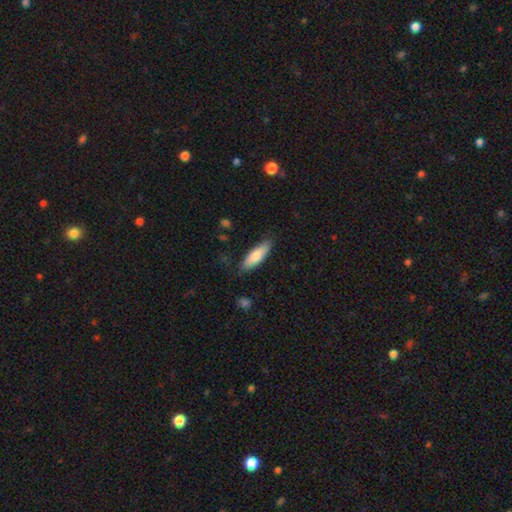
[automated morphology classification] Overall: smooth (80%). How rounded: in between (54%; cigar-shaped 44%). Merging: none (82%).